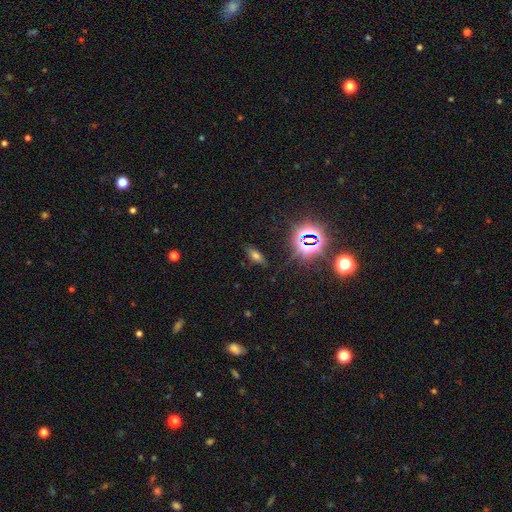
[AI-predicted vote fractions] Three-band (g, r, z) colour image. It shows a smooth galaxy with no disk features (53%) that is in between round and cigar-shaped (71%). Merging: none (81%).